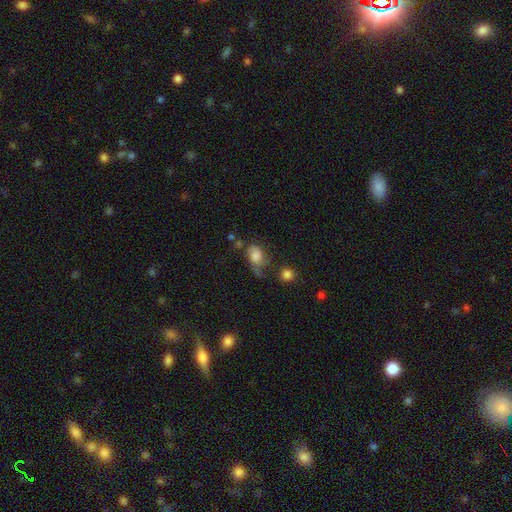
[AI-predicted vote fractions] This is likely a smooth galaxy (66%). How rounded: likely in between (70%). Merging: marginally major disturbance (34%).